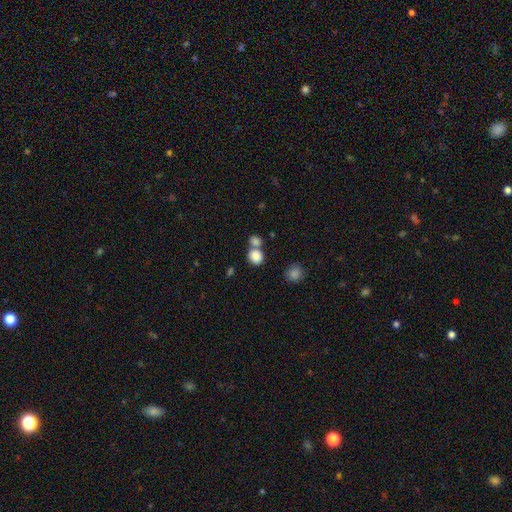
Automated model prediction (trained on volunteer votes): smooth 85%, star or artifact 9%, featured or disk 6%. Down the decision tree: how rounded — round (72%); merging — none (48%).